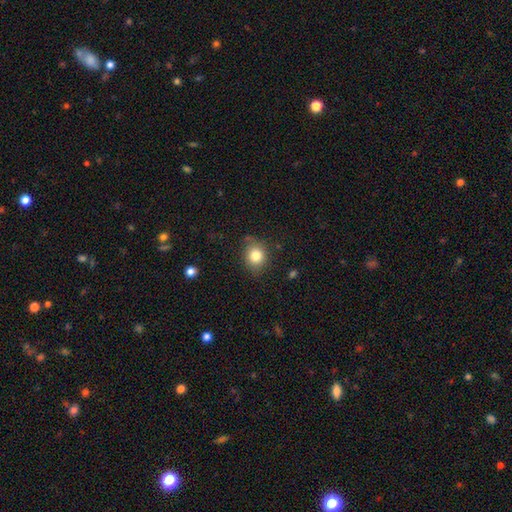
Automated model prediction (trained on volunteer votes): Overall: smooth (81%). How rounded: round (71%). Merging: none (79%).